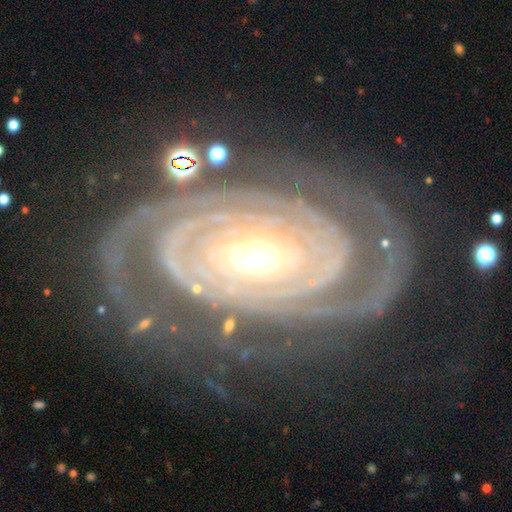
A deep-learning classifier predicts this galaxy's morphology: This is clearly a featured or disk galaxy (92%). It is clearly not viewed edge-on (96%). Bar: possibly no (50%). Spiral arm pattern: clearly yes (98%). Spiral arm count: possibly 2 (51%). Spiral winding: clearly tight (84%). Central bulge: possibly moderate (53%). Merging: likely none (76%).